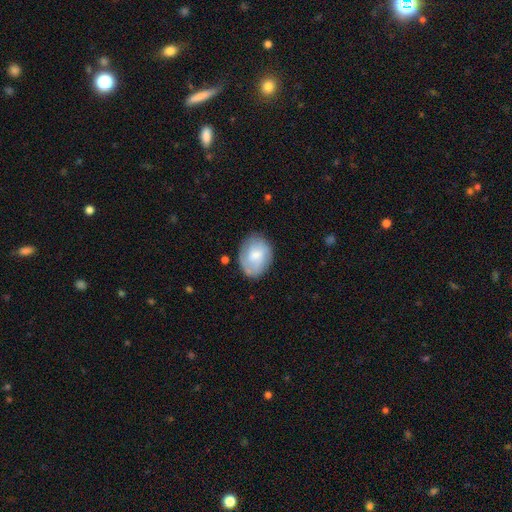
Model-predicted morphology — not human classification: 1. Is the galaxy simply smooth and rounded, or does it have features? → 58% smooth, 35% featured or disk, 7% star or artifact.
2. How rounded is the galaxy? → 56% in between, 43% round, 1% cigar-shaped.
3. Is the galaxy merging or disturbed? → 73% none, 19% minor disturbance, 6% major disturbance, 2% merger.